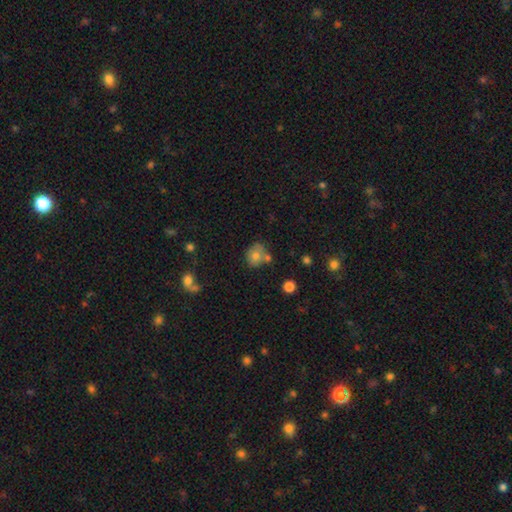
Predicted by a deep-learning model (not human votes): Smooth or featured? Predicted: smooth (p=0.72). How rounded? Predicted: round (p=0.75). Merging? Predicted: none (p=0.54).